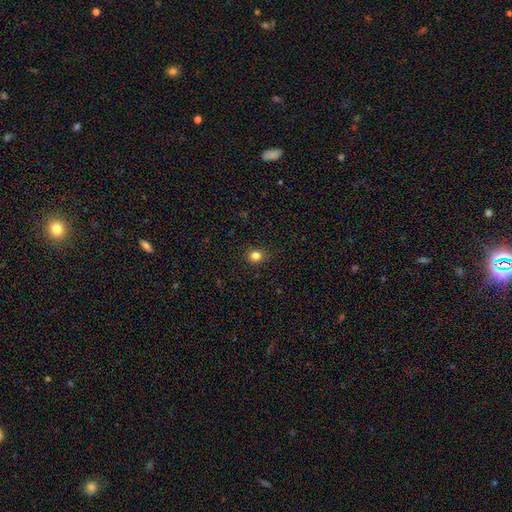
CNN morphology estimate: Smooth or featured: smooth — 82% (star or artifact — 13%)
How rounded: round — 82% (in between — 17%)
Merging: none — 89% (minor disturbance — 8%)